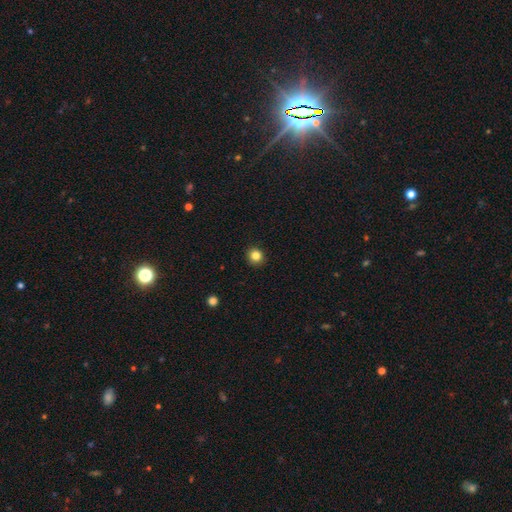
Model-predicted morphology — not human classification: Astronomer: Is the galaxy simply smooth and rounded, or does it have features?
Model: smooth — 84%.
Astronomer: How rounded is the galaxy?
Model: round — 91%.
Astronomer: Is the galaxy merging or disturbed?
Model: none — 92%.